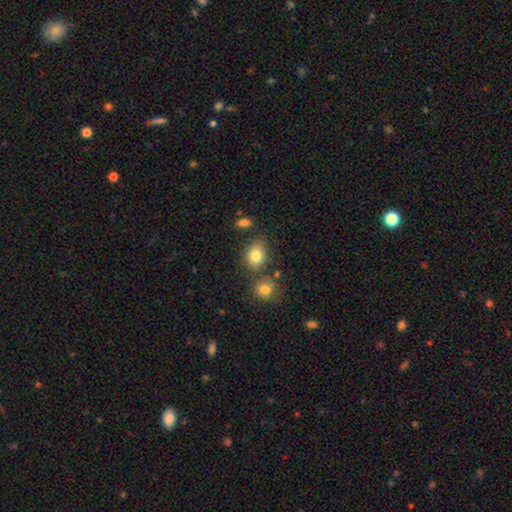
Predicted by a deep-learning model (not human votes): Smooth or featured: smooth — 81% (star or artifact — 10%)
How rounded: in between — 67% (round — 31%)
Merging: none — 68% (minor disturbance — 15%)